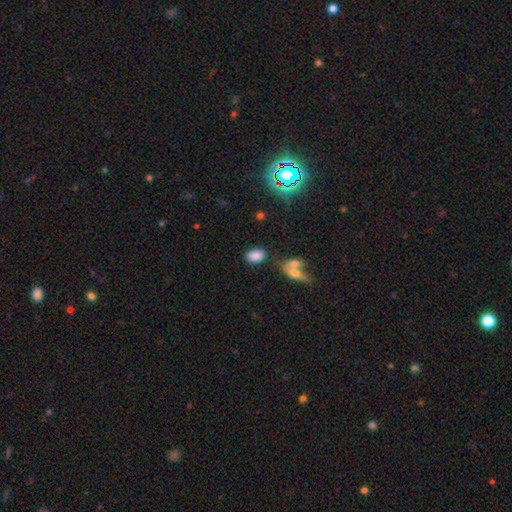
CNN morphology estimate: type=smooth (83%); roundness=in between (88%); merging=none (73%).